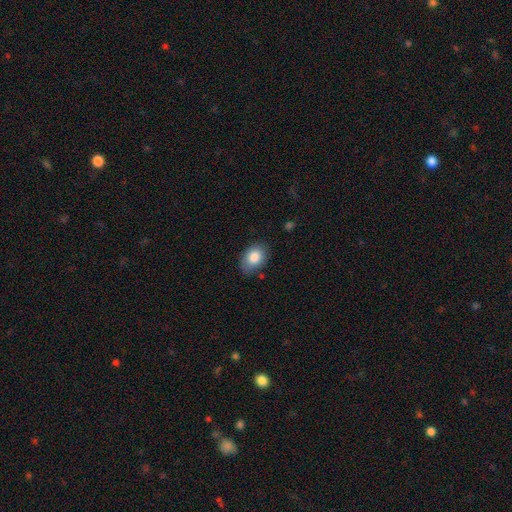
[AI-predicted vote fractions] Smooth or featured: smooth — 83% (featured or disk — 9%)
How rounded: in between — 80% (round — 19%)
Merging: none — 77% (minor disturbance — 18%)